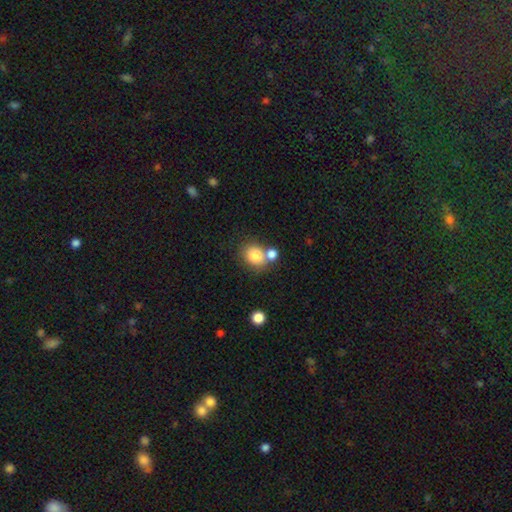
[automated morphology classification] Overall: smooth (82%). How rounded: round (66%; in between 33%). Merging: none (50%; merger 34%).